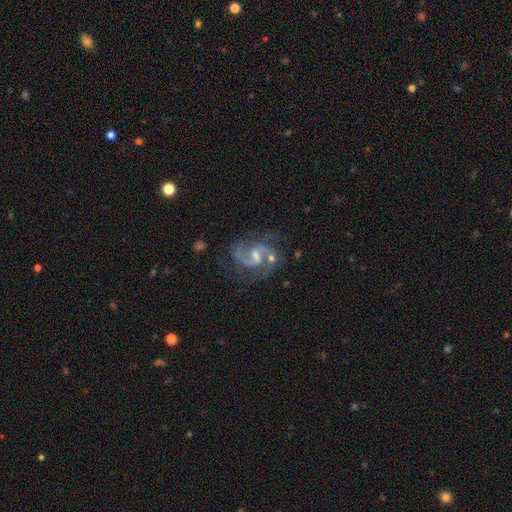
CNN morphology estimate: featured or disk 90%, star or artifact 6%, smooth 4%. Down the decision tree: edge-on disk — no (98%); bar — weak (56%); spiral arms — yes (97%); spiral arm count — 2 (91%); spiral winding — medium (59%); bulge size — small (47%); merging — none (64%).